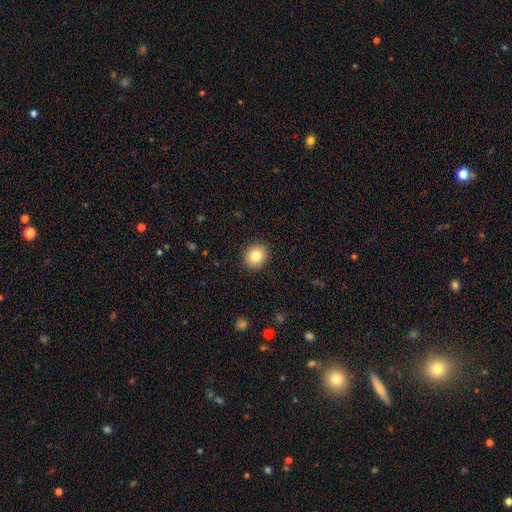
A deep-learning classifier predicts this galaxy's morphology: smooth 81%, star or artifact 10%, featured or disk 9%. Down the decision tree: how rounded — round (75%); merging — none (91%).